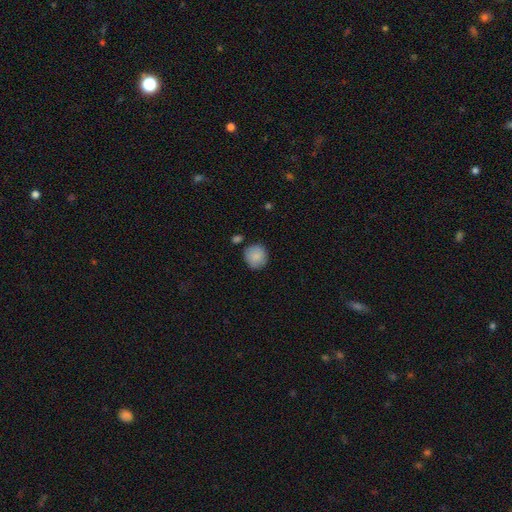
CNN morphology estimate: Smooth or featured?
  - smooth: 87% *
  - star or artifact: 7%
  - featured or disk: 7%
How rounded?
  - round: 90% *
  - in between: 9%
  - cigar-shaped: 1%
Merging?
  - none: 79% *
  - minor disturbance: 14%
  - merger: 4%
  - major disturbance: 3%